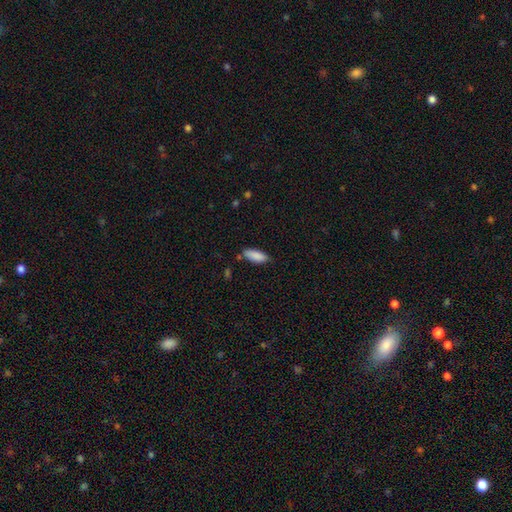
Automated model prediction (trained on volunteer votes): smooth-or-featured: smooth: 88% | star or artifact: 6% | featured or disk: 5%
  how-rounded: in between: 77% | cigar-shaped: 22% | round: 2%
  merging: none: 74% | minor disturbance: 19% | merger: 4% | major disturbance: 3%